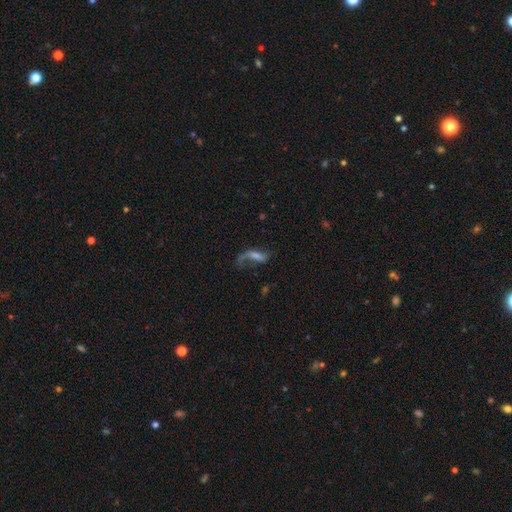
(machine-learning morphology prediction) Smooth or featured? Predicted: featured or disk (p=0.60). Edge-on disk? Predicted: no (p=0.85). Bar? Predicted: no (p=0.44). Spiral arms? Predicted: yes (p=0.75). Bulge size? Predicted: small (p=0.39). Merging? Predicted: major disturbance (p=0.38, tied with none).